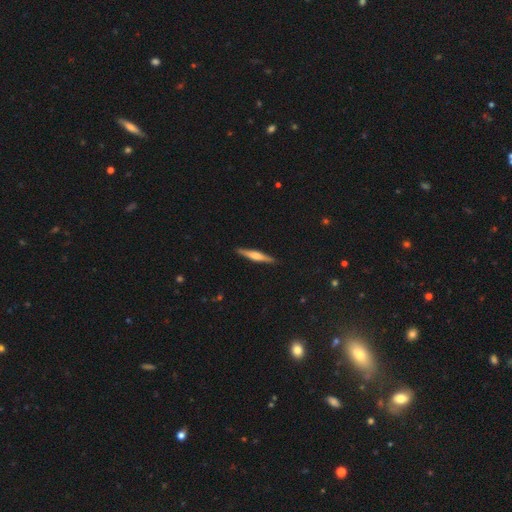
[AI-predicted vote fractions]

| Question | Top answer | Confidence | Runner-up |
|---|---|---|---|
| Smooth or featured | featured or disk | 57% | smooth (38%) |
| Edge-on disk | yes | 97% | no (3%) |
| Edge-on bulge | rounded | 74% | boxy (16%) |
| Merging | none | 91% | minor disturbance (7%) |